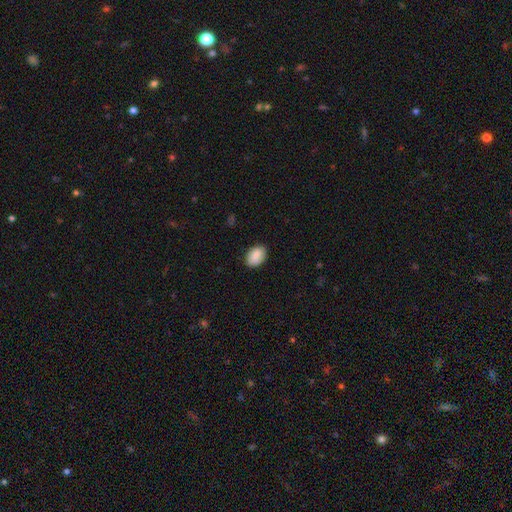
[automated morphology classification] A smooth galaxy with no disk features (87%) that is in between round and cigar-shaped (84%). Merging: none (85%).